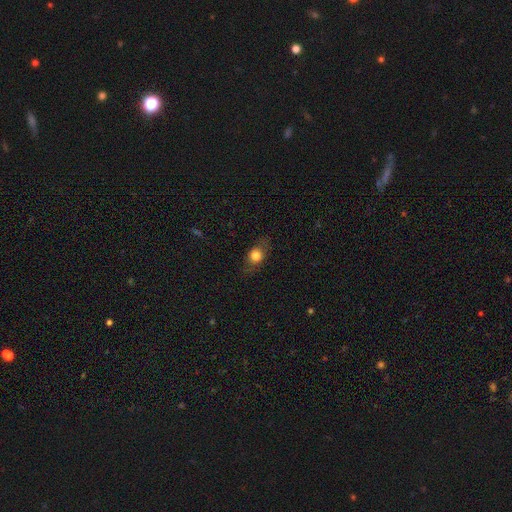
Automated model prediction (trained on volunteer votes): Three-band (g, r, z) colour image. It shows a smooth galaxy with no disk features (70%) that is in between round and cigar-shaped (49%). Merging: none (76%).